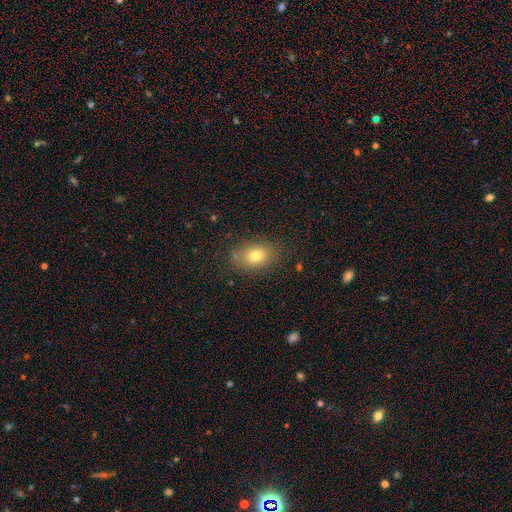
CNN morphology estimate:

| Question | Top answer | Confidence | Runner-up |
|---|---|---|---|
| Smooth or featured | smooth | 77% | featured or disk (12%) |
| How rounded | in between | 75% | round (23%) |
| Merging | none | 80% | minor disturbance (13%) |